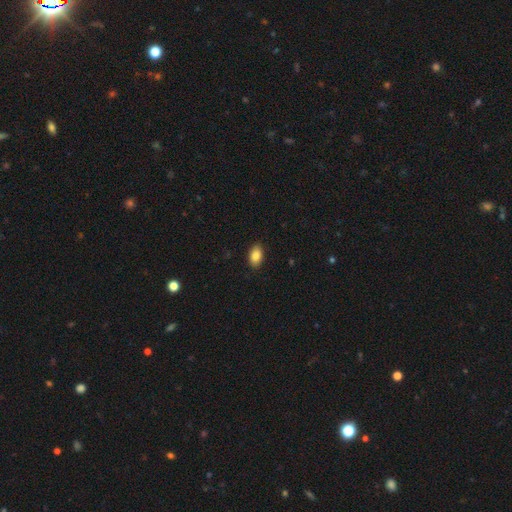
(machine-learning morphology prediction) type=smooth (87%); roundness=in between (91%); merging=none (88%).